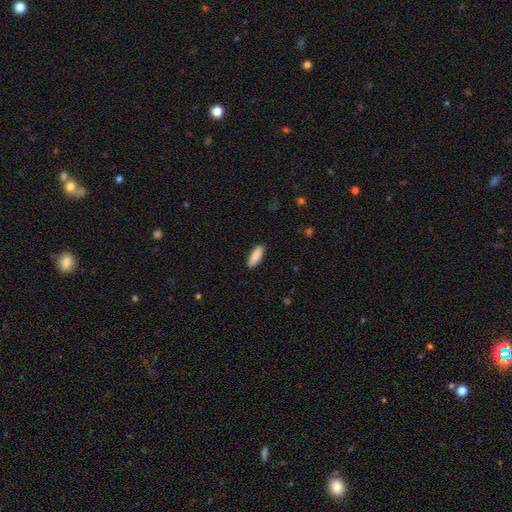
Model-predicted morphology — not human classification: Smooth or featured? smooth (90%)
How rounded? in between (63%)
Merging? none (89%)